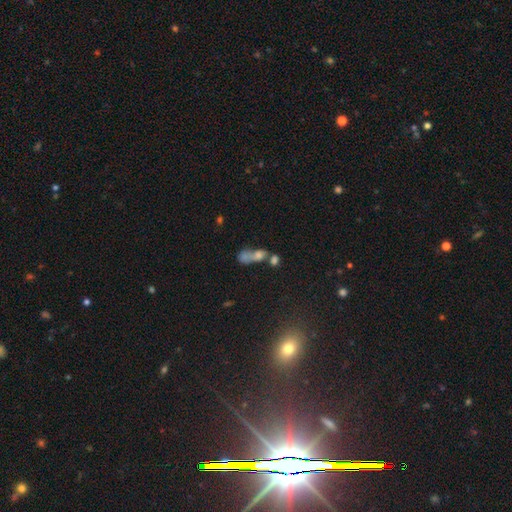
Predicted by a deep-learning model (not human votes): A smooth galaxy with no disk features (61%) that is in between round and cigar-shaped (64%).

Vote fractions:
- Smooth or featured? smooth: 61% / featured or disk: 22% / star or artifact: 17%
- How rounded? in between: 64% / round: 25% / cigar-shaped: 11%
- Merging? merger: 61% / none: 19% / major disturbance: 12% / minor disturbance: 9%